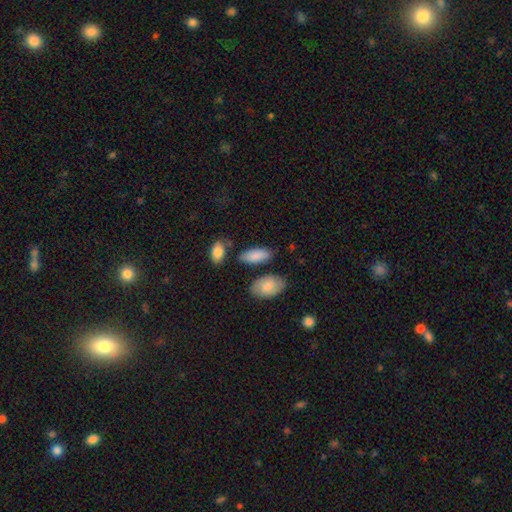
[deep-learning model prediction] Smooth or featured: smooth — 84% (featured or disk — 10%)
How rounded: in between — 88% (cigar-shaped — 10%)
Merging: none — 75% (minor disturbance — 15%)